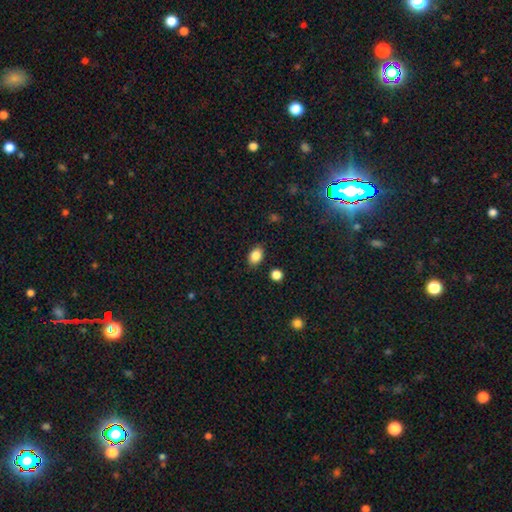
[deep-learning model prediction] The model was most divided on "how rounded": in between: 78%, round: 21%, cigar-shaped: 1%. More confident: smooth or featured — smooth (86%); merging — none (84%).